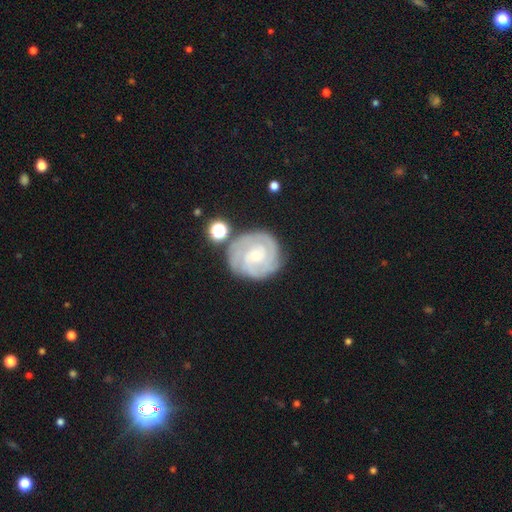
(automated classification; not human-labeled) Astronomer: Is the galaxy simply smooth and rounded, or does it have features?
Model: featured or disk — 84%.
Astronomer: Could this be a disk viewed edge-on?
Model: no — 98%.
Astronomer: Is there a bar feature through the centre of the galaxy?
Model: no — 71%.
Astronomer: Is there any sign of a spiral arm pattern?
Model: yes — 96%.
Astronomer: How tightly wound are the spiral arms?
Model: tight — 76%.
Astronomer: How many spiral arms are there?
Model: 3 — 33% (runner-up: 2, 26%).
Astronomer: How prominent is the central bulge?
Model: small — 70%.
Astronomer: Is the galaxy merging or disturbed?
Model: none — 74%.